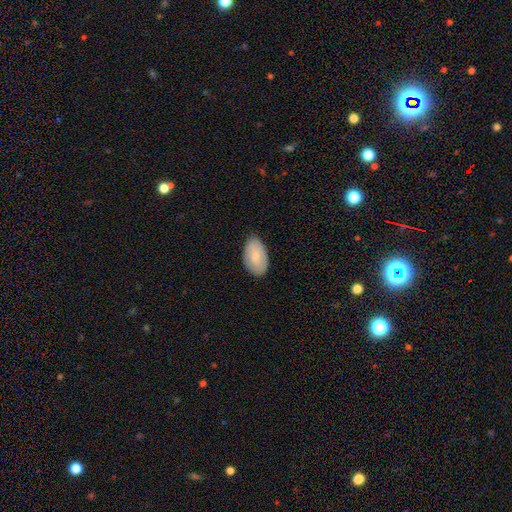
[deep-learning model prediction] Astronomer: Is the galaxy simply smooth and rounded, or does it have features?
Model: smooth — 76%.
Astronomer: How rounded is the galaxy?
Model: in between — 93%.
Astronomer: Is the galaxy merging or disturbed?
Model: none — 82%.